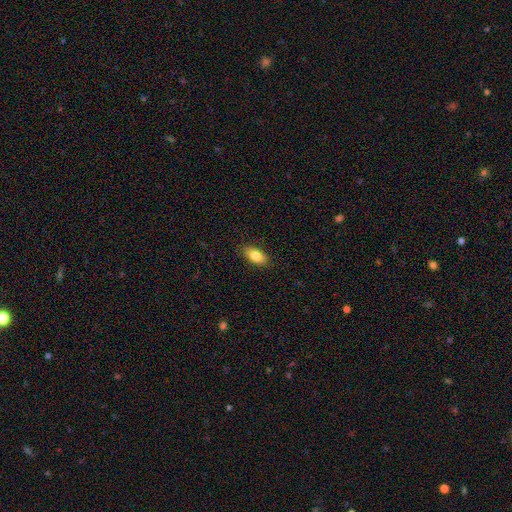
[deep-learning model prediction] The model was most divided on "smooth or featured": smooth: 83%, featured or disk: 10%, star or artifact: 7%. More confident: how rounded — in between (88%); merging — none (87%).